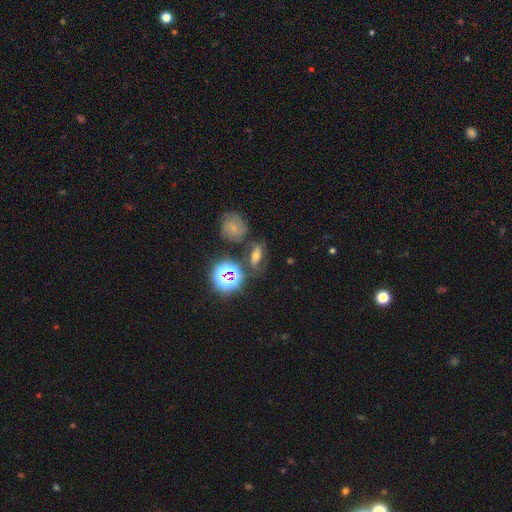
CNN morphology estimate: Smooth or featured? smooth (42%)
Merging? none (66%)